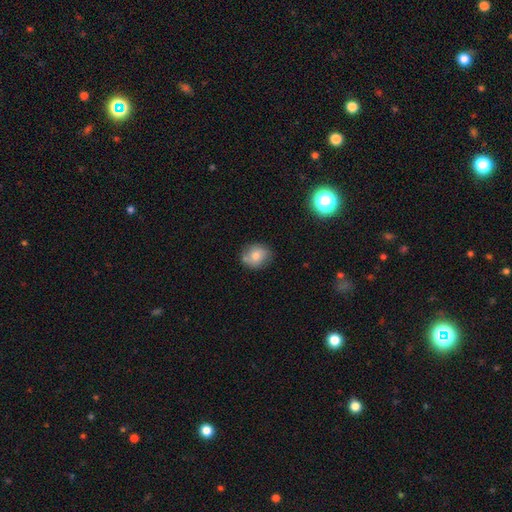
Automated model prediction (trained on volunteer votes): Smooth or featured? smooth (73%)
How rounded? round (70%)
Merging? none (72%)